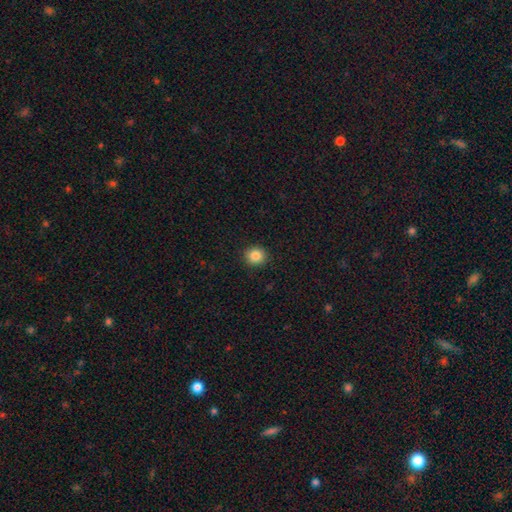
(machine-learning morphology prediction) smooth-or-featured: smooth: 85% | star or artifact: 10% | featured or disk: 4%
  how-rounded: round: 91% | in between: 8% | cigar-shaped: 1%
  merging: none: 92% | minor disturbance: 5% | major disturbance: 2% | merger: 1%